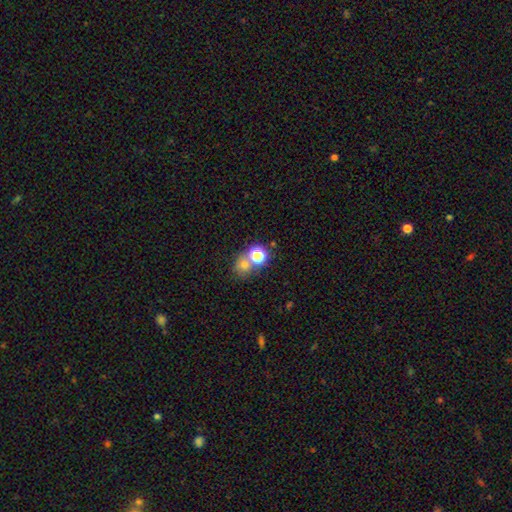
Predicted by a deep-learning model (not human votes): Overall: smooth (60%; star or artifact 28%). How rounded: round (76%). Merging: none (53%; merger 35%).